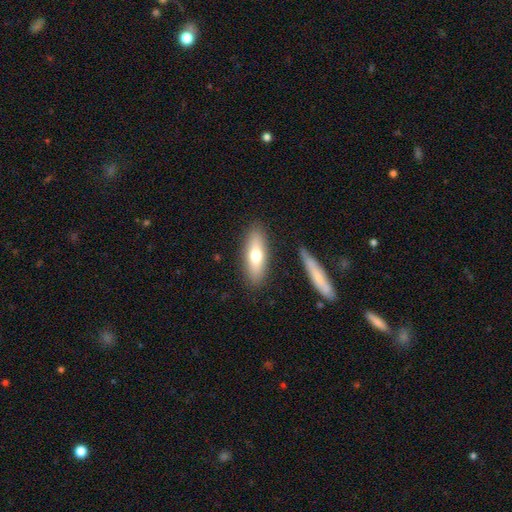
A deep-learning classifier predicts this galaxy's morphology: smooth_or_featured: smooth (p=0.65) [alt: featured or disk p=0.29]
how_rounded: in between (p=0.50) [alt: cigar-shaped p=0.48]
merging: none (p=0.84) [alt: minor disturbance p=0.10]